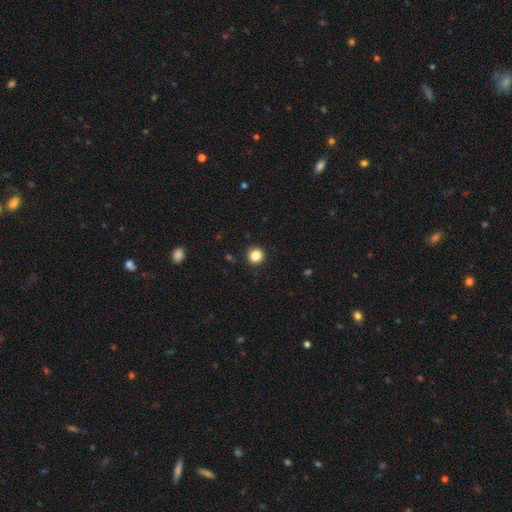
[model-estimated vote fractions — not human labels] Smooth or featured: smooth — 85% (star or artifact — 11%)
How rounded: round — 93% (in between — 6%)
Merging: none — 92% (minor disturbance — 5%)